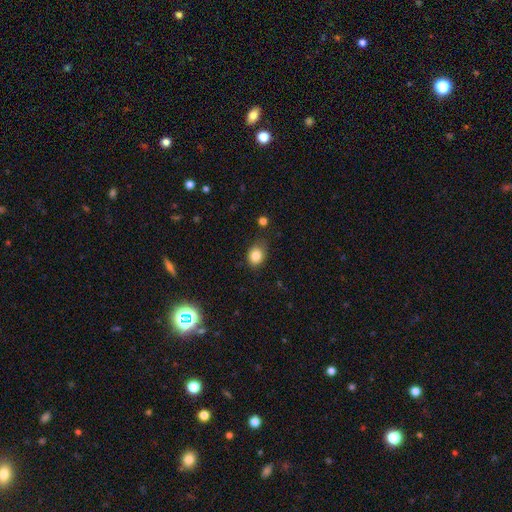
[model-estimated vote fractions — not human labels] smooth_or_featured: smooth (p=0.84) [alt: star or artifact p=0.10]
how_rounded: round (p=0.55) [alt: in between p=0.44]
merging: none (p=0.71) [alt: minor disturbance p=0.22]